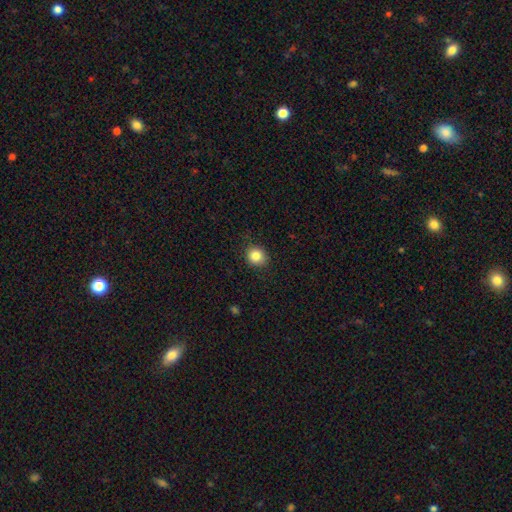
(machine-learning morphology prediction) A smooth galaxy with no disk features (84%) that is round (82%). Merging: none (86%).